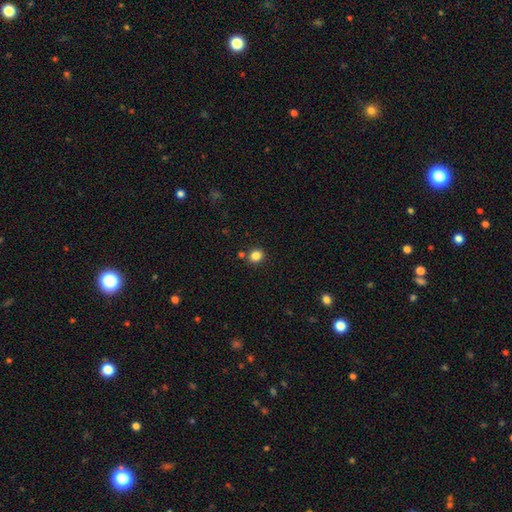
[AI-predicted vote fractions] This is clearly a smooth galaxy (84%). How rounded: likely round (79%). Merging: clearly none (84%).